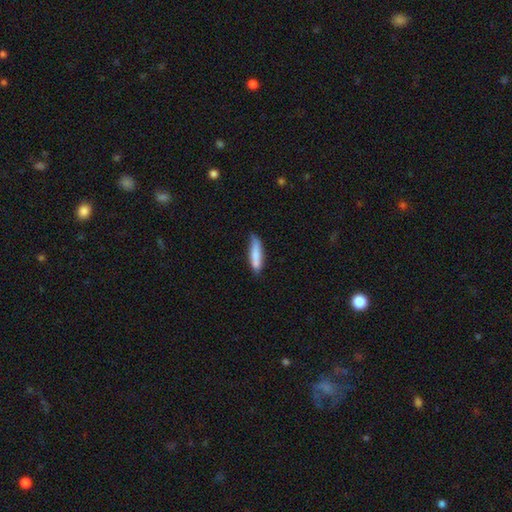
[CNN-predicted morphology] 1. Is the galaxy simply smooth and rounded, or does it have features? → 81% smooth, 13% featured or disk, 6% star or artifact.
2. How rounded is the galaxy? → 75% cigar-shaped, 23% in between, 1% round.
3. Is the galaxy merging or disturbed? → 64% none, 28% minor disturbance, 5% major disturbance, 3% merger.